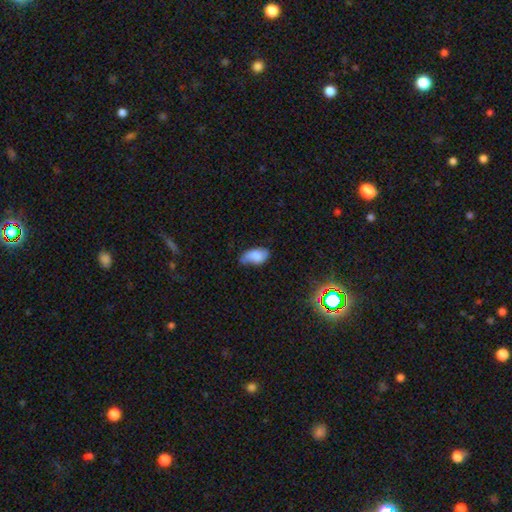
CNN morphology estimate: A smooth galaxy with no disk features (76%) that is in between round and cigar-shaped (93%).

Vote fractions:
- Smooth or featured? smooth: 76% / featured or disk: 16% / star or artifact: 8%
- How rounded? in between: 93% / round: 4% / cigar-shaped: 2%
- Merging? none: 45% / minor disturbance: 42% / major disturbance: 11% / merger: 3%